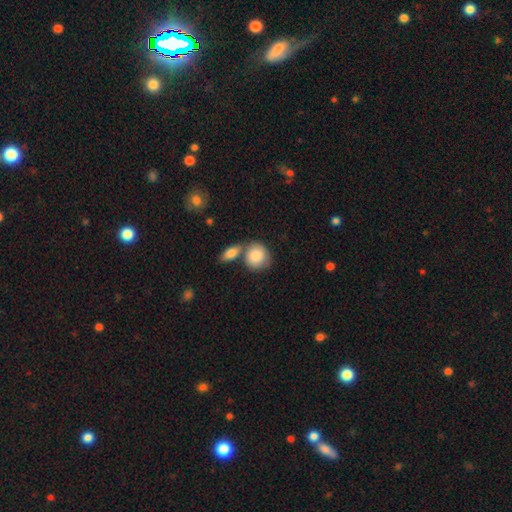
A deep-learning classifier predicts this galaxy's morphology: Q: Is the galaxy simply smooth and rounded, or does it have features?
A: smooth — 85%.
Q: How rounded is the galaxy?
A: round — 77%.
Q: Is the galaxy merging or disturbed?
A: none — 48%.